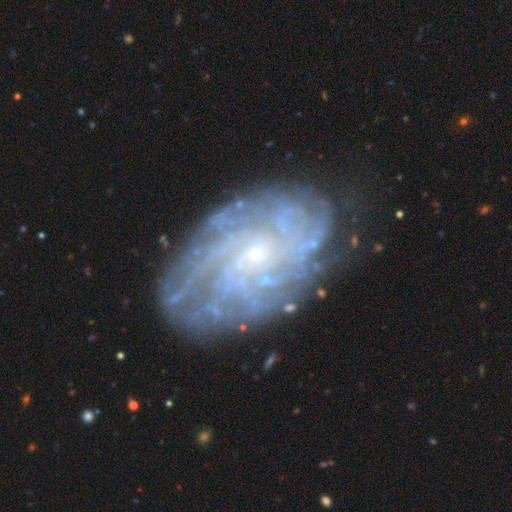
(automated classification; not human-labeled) This is clearly a featured or disk galaxy (84%). It is clearly not viewed edge-on (96%). Bar: likely no (74%). Spiral arm pattern: clearly yes (94%). Spiral arm count: marginally can't tell (33%). Spiral winding: likely tight (72%). Central bulge: clearly small (83%). Merging: likely none (77%).